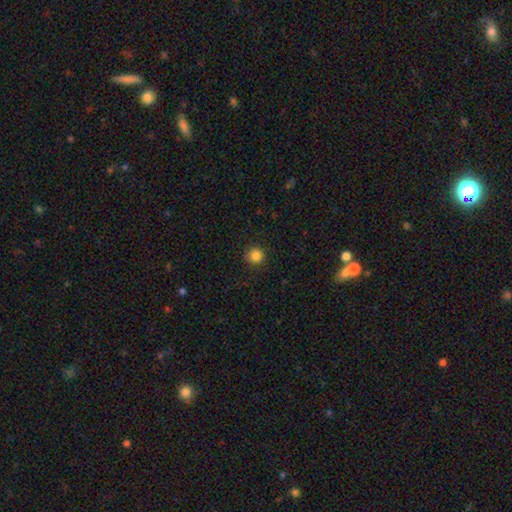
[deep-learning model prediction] Smooth or featured?
  - smooth: 85% *
  - star or artifact: 12%
  - featured or disk: 4%
How rounded?
  - round: 94% *
  - in between: 5%
  - cigar-shaped: 1%
Merging?
  - none: 88% *
  - minor disturbance: 8%
  - major disturbance: 2%
  - merger: 1%